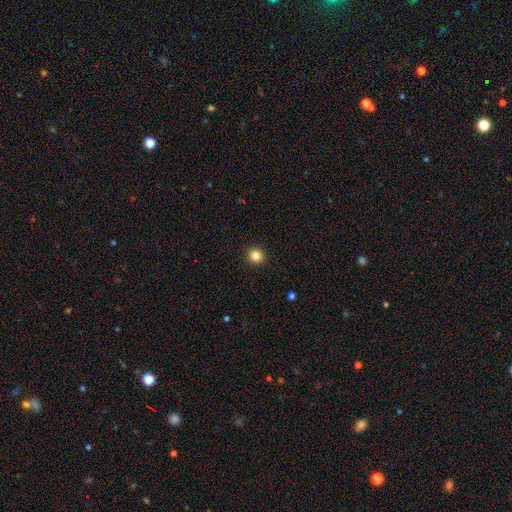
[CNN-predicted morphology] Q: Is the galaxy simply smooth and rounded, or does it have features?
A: smooth — 84%.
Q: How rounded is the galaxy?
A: round — 93%.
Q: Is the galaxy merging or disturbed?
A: none — 93%.